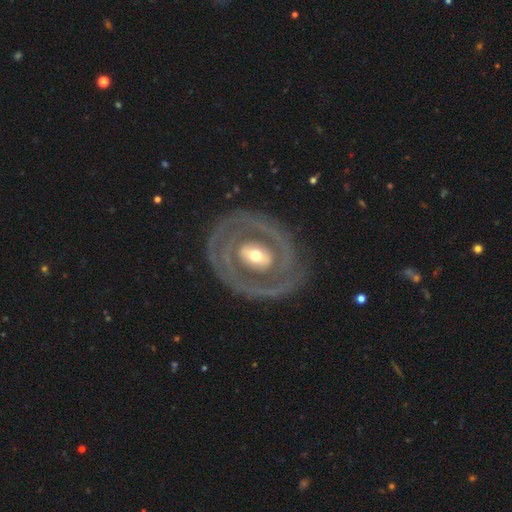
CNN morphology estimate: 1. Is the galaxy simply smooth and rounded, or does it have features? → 77% featured or disk, 18% smooth, 5% star or artifact.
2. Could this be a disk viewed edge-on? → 95% no, 5% yes.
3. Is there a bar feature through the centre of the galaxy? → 39% no, 31% weak, 30% strong.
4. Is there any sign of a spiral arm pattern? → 52% yes, 48% no.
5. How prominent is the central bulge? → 63% moderate, 25% small, 10% large, 1% dominant, 1% none.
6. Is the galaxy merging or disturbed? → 75% none, 14% minor disturbance, 9% major disturbance, 2% merger.